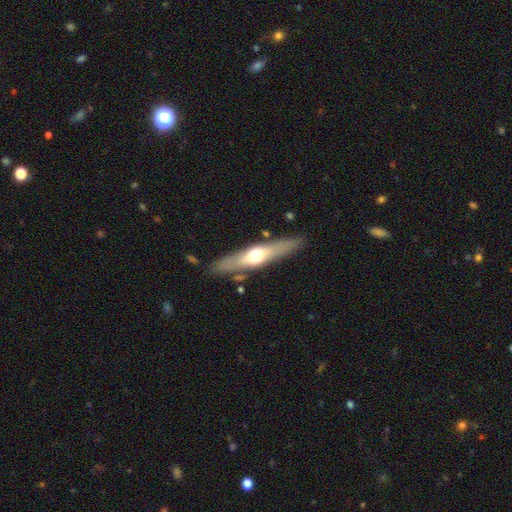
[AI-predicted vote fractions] Q: Smooth or featured?
A: featured or disk (54%); runner-up: smooth (41%)
Q: Edge-on disk?
A: yes (88%); runner-up: no (12%)
Q: Merging?
A: none (85%); runner-up: minor disturbance (10%)